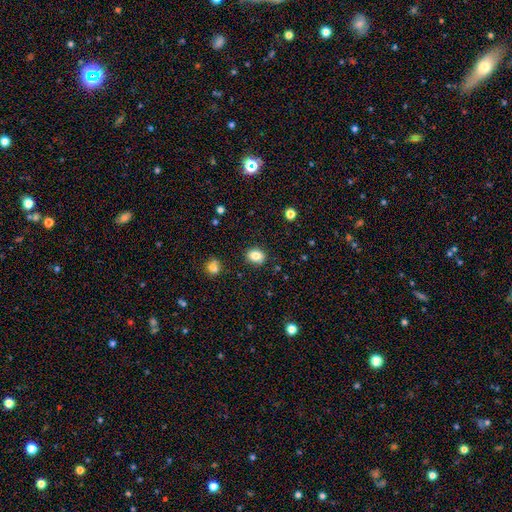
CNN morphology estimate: Smooth or featured: smooth — 82% (star or artifact — 11%)
How rounded: round — 54% (in between — 45%)
Merging: none — 84% (minor disturbance — 11%)